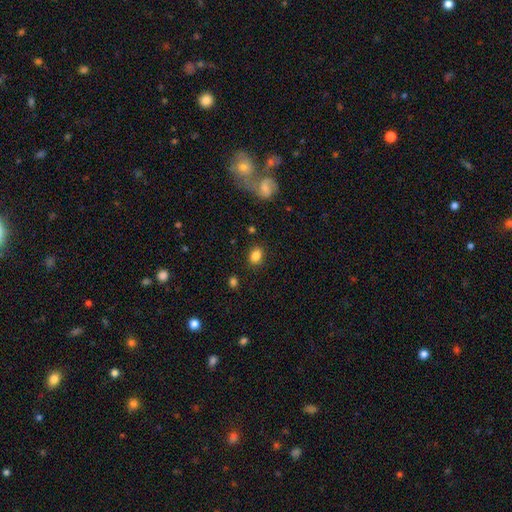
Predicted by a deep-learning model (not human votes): The model was most divided on "how rounded": in between: 58%, round: 41%, cigar-shaped: 1%. More confident: merging — none (86%); smooth or featured — smooth (84%).